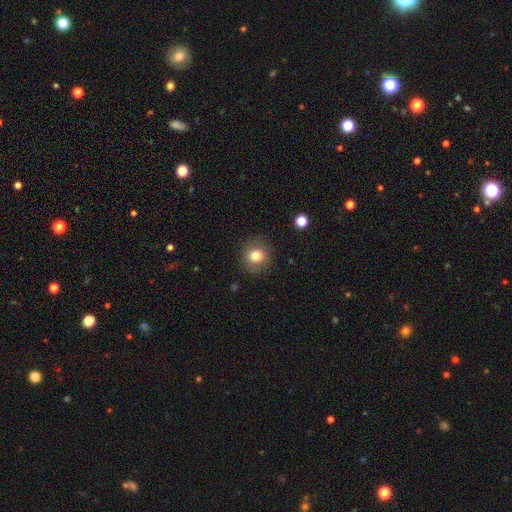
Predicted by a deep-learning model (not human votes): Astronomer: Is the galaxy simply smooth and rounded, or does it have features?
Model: smooth — 80%.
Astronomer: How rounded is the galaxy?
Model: round — 86%.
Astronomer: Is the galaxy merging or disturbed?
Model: none — 87%.